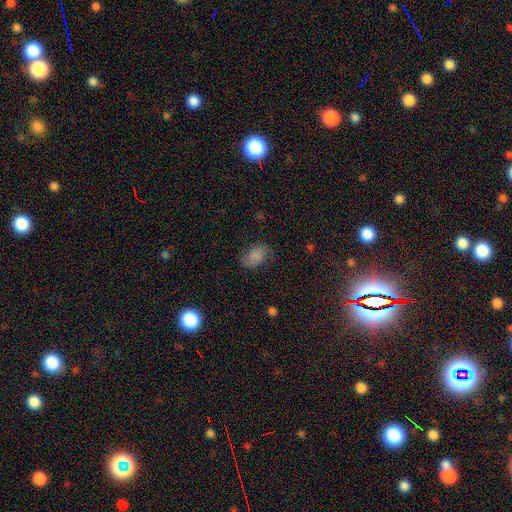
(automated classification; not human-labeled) smooth_or_featured: smooth (p=0.77) [alt: featured or disk p=0.13]
how_rounded: in between (p=0.88) [alt: round p=0.11]
merging: none (p=0.70) [alt: minor disturbance p=0.22]